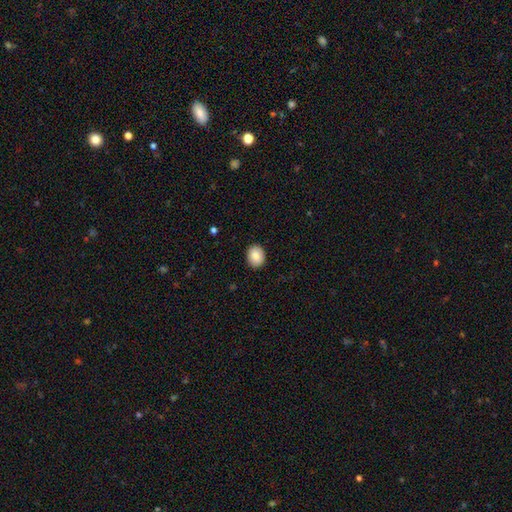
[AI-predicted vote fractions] This is clearly a smooth galaxy (86%). How rounded: possibly in between (50%). Merging: clearly none (90%).